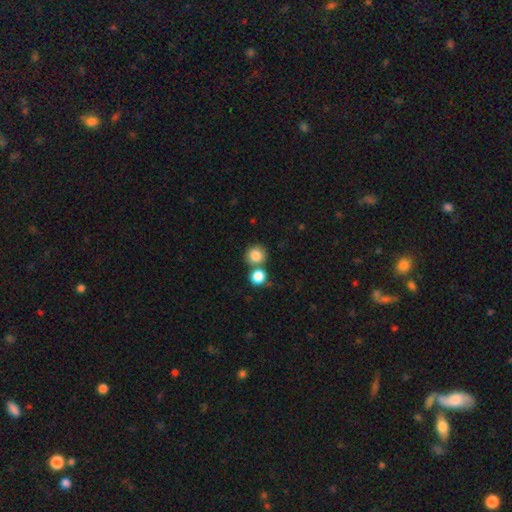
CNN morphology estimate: This appears to be a smooth galaxy with no disk features (84%) that is round (90%). Merging: none (61%).